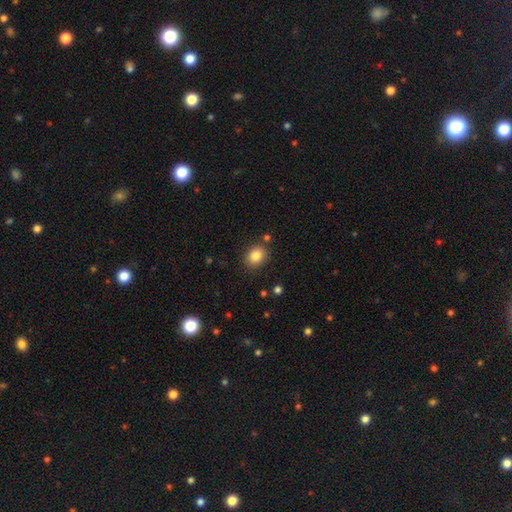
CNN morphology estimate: A smooth galaxy with no disk features (85%) that is round (52%).

Vote fractions:
- Smooth or featured? smooth: 85% / star or artifact: 10% / featured or disk: 6%
- How rounded? round: 52% / in between: 47% / cigar-shaped: 1%
- Merging? none: 85% / minor disturbance: 9% / merger: 3% / major disturbance: 3%